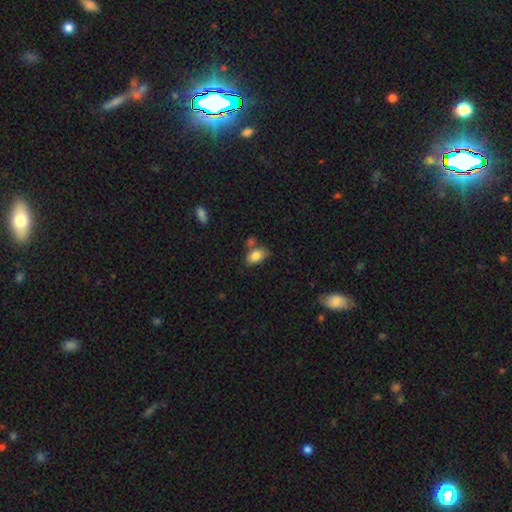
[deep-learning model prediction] smooth_or_featured: smooth (p=0.84) [alt: featured or disk p=0.08]
how_rounded: in between (p=0.90) [alt: round p=0.08]
merging: none (p=0.60) [alt: minor disturbance p=0.18]